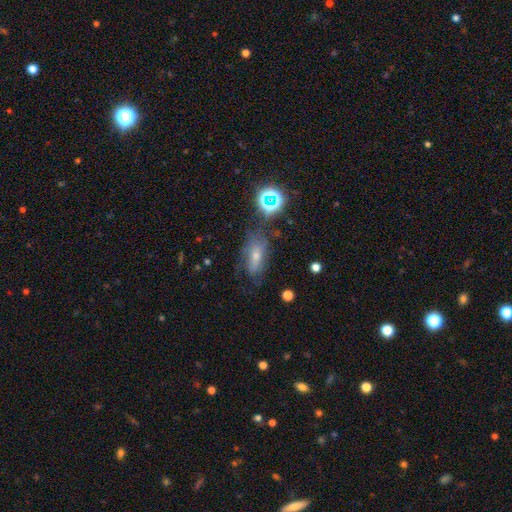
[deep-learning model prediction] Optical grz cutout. It shows a smooth galaxy with no disk features (40%). Merging: none (59%).